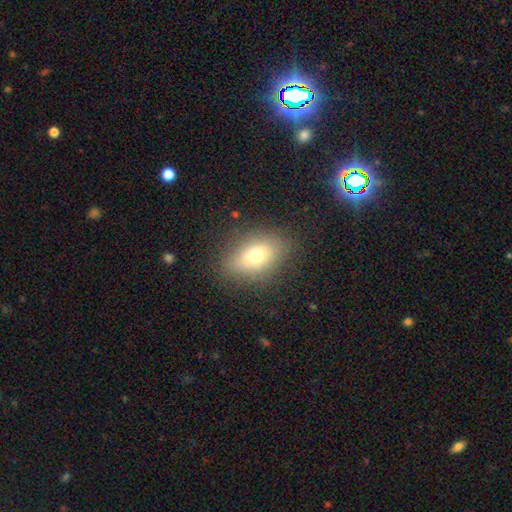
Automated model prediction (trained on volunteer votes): Q: Smooth or featured?
A: smooth (70%); runner-up: featured or disk (18%)
Q: How rounded?
A: in between (78%); runner-up: round (20%)
Q: Merging?
A: none (82%); runner-up: minor disturbance (12%)